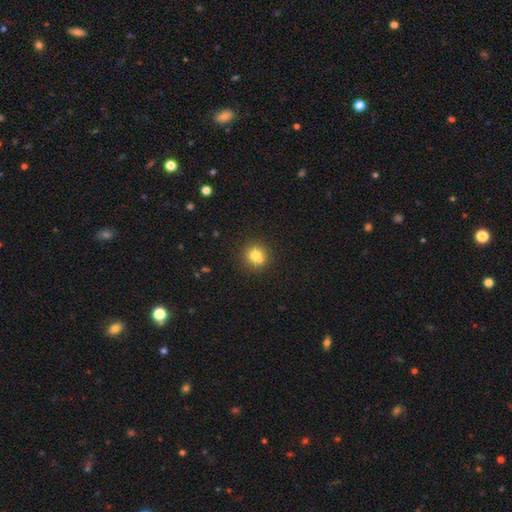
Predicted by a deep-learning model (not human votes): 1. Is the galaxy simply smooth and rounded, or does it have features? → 77% smooth, 12% star or artifact, 11% featured or disk.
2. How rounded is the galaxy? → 86% round, 13% in between, 1% cigar-shaped.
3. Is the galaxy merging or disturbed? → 72% none, 12% minor disturbance, 12% merger, 3% major disturbance.